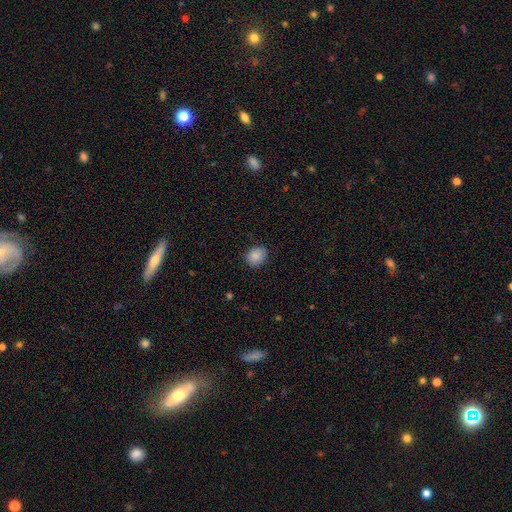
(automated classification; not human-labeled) A smooth galaxy with no disk features (86%) that is round (67%).

Vote fractions:
- Smooth or featured? smooth: 86% / star or artifact: 9% / featured or disk: 5%
- How rounded? round: 67% / in between: 32% / cigar-shaped: 1%
- Merging? none: 80% / minor disturbance: 16% / major disturbance: 3% / merger: 1%